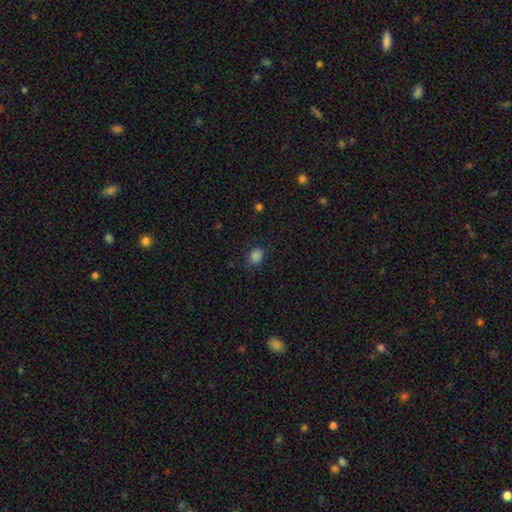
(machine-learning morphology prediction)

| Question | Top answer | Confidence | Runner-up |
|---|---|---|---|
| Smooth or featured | smooth | 84% | star or artifact (12%) |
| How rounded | in between | 59% | round (40%) |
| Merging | none | 80% | minor disturbance (14%) |